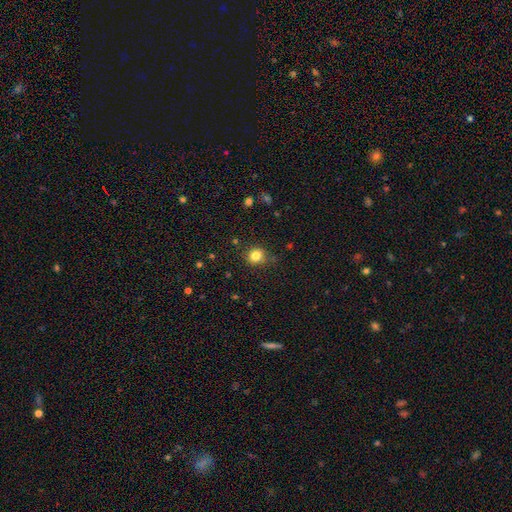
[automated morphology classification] This appears to be a smooth galaxy with no disk features (82%) that is round (84%). Merging: none (82%).